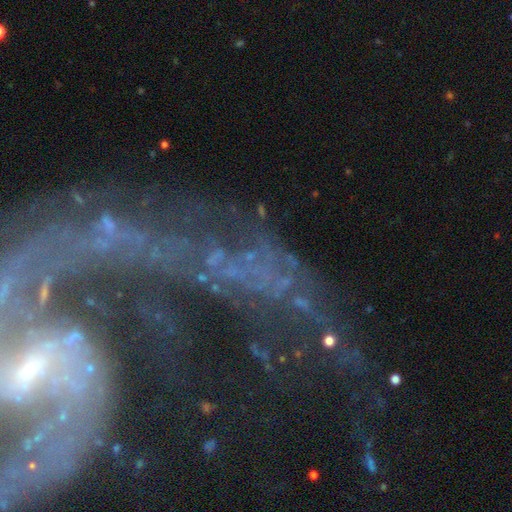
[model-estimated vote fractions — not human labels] smooth_or_featured: featured or disk (p=0.53) [alt: star or artifact p=0.34]
disk_edge_on: no (p=0.93) [alt: yes p=0.07]
merging: none (p=0.40) [alt: major disturbance p=0.34]